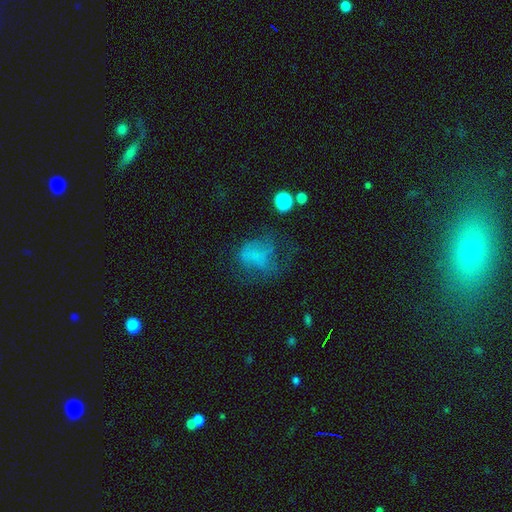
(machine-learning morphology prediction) Smooth or featured? smooth (50%)
Merging? major disturbance (38%)